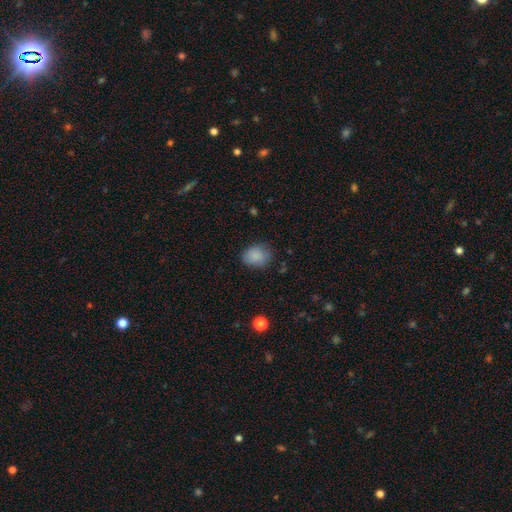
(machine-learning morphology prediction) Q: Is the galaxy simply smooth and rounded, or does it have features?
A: smooth — 86%.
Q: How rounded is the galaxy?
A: in between — 54%.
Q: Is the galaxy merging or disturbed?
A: none — 74%.